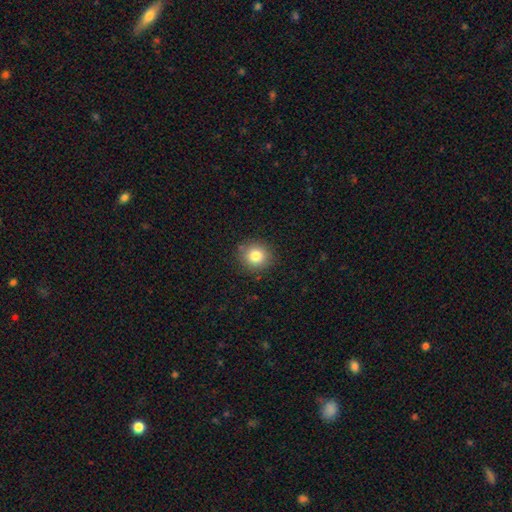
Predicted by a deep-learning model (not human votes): Smooth or featured?
  - smooth: 82% *
  - star or artifact: 11%
  - featured or disk: 7%
How rounded?
  - round: 87% *
  - in between: 12%
  - cigar-shaped: 1%
Merging?
  - none: 87% *
  - minor disturbance: 9%
  - major disturbance: 2%
  - merger: 1%